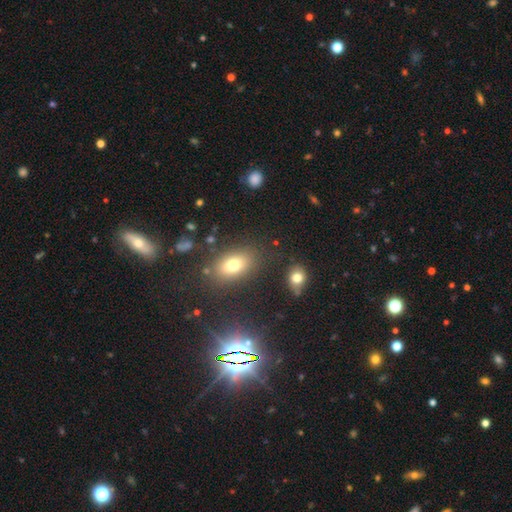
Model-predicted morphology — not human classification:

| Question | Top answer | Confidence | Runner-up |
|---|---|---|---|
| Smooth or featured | smooth | 53% | star or artifact (34%) |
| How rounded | in between | 82% | round (14%) |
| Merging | none | 83% | minor disturbance (9%) |